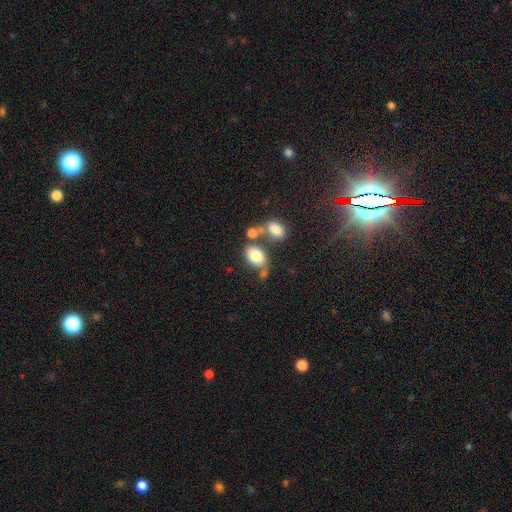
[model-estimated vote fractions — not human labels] Morphology: type=smooth (80%); roundness=in between (84%); merging=none (46%).